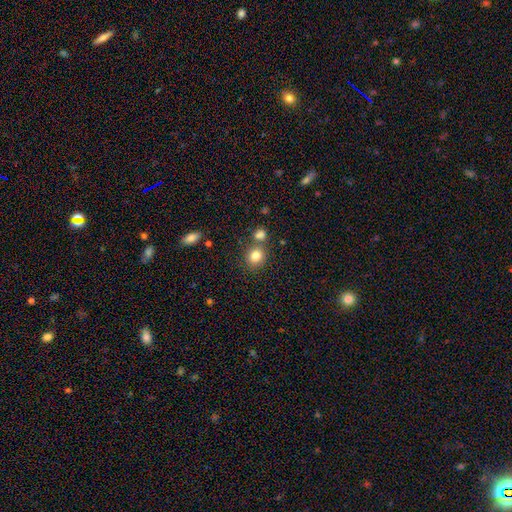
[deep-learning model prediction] The model was most divided on "merging": none: 70%, merger: 18%, minor disturbance: 9%, major disturbance: 3%. More confident: smooth or featured — smooth (82%); how rounded — round (80%).